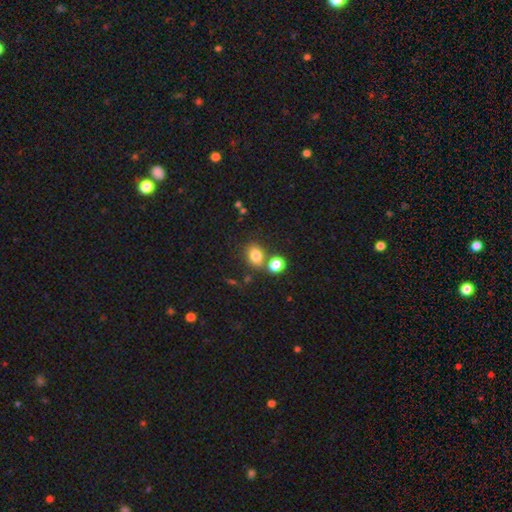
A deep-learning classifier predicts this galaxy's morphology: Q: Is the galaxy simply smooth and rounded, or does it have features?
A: smooth — 80%.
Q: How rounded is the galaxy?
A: in between — 61%.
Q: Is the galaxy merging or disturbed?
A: none — 66%.